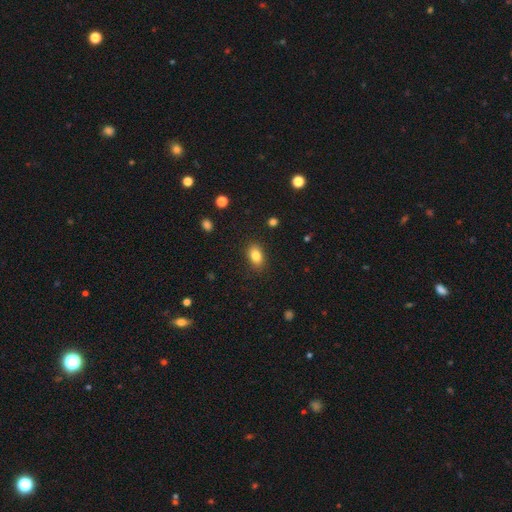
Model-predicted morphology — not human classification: Smooth or featured: smooth — 82% (star or artifact — 9%)
How rounded: in between — 84% (round — 14%)
Merging: none — 87% (minor disturbance — 10%)